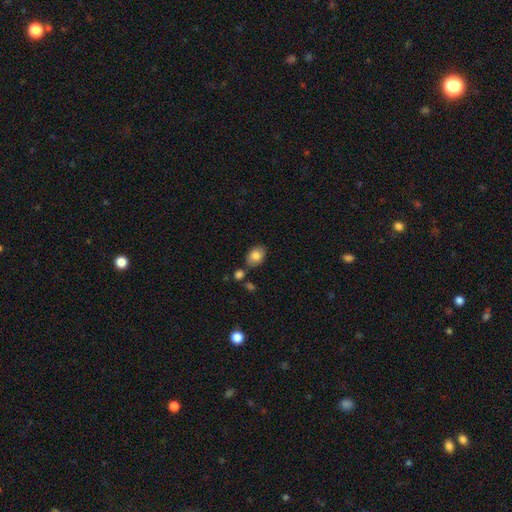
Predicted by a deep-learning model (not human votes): A smooth galaxy with no disk features (83%) that is in between round and cigar-shaped (78%).

Vote fractions:
- Smooth or featured? smooth: 83% / featured or disk: 10% / star or artifact: 8%
- How rounded? in between: 78% / round: 21% / cigar-shaped: 1%
- Merging? none: 73% / minor disturbance: 14% / merger: 10% / major disturbance: 3%